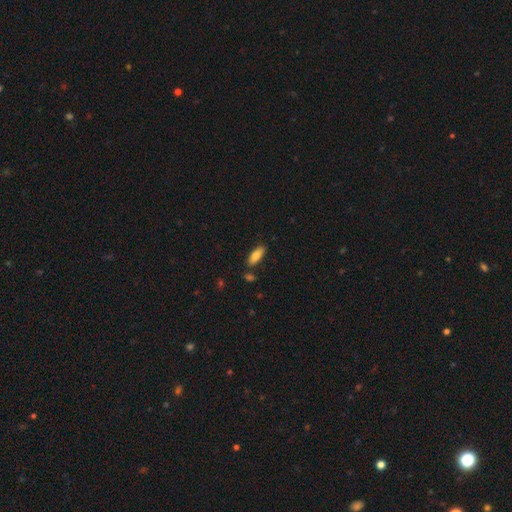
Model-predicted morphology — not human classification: smooth 81%, featured or disk 12%, star or artifact 7%. Down the decision tree: how rounded — in between (72%); merging — none (81%).